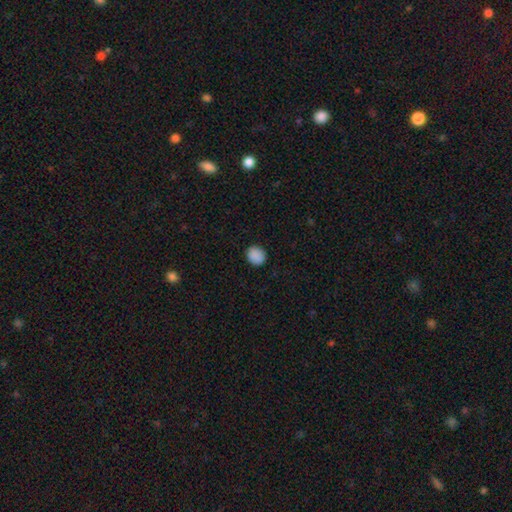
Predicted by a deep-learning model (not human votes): This is clearly a smooth galaxy (88%). How rounded: likely round (70%). Merging: clearly none (89%).